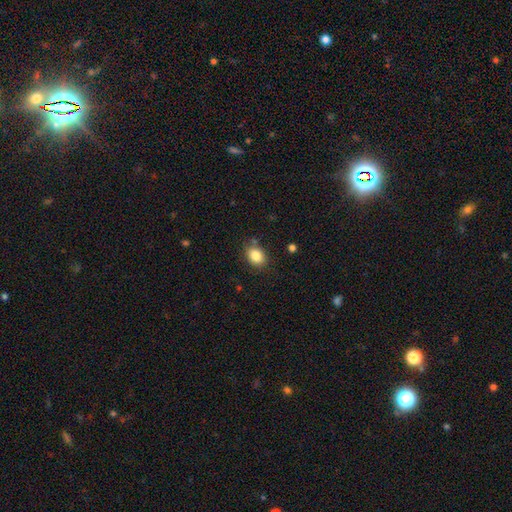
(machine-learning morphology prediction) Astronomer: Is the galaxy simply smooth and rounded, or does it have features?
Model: smooth — 85%.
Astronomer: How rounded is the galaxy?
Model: in between — 67%.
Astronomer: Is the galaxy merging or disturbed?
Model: none — 81%.